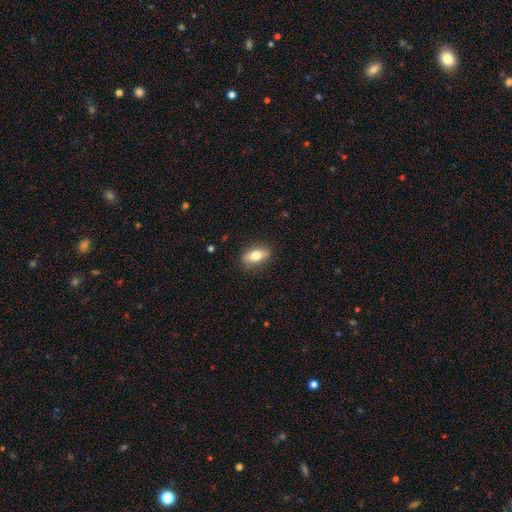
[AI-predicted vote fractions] Morphology: type=smooth (76%); roundness=in between (83%); merging=none (86%).